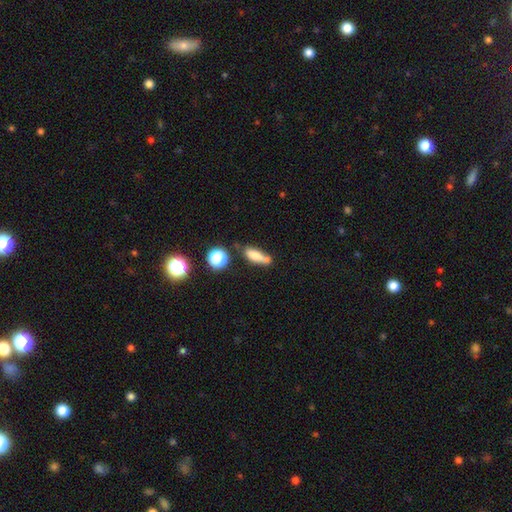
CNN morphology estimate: Smooth or featured?
  - smooth: 69% *
  - featured or disk: 18%
  - star or artifact: 13%
How rounded?
  - cigar-shaped: 48% *
  - in between: 46%
  - round: 6%
Merging?
  - none: 47% *
  - minor disturbance: 23%
  - merger: 20%
  - major disturbance: 10%